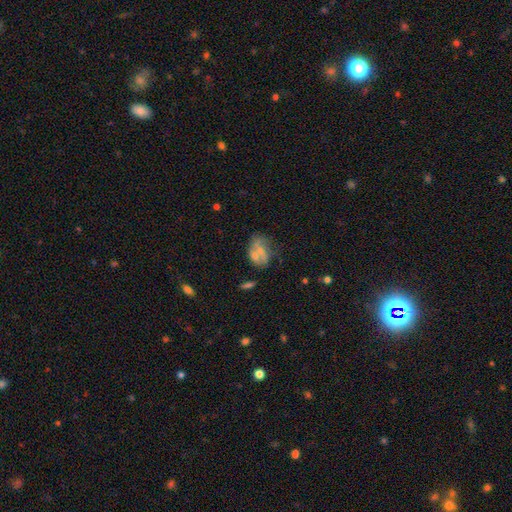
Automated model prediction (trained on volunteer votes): Smooth or featured?
  - featured or disk: 43% *
  - smooth: 38%
  - star or artifact: 19%
Merging?
  - none: 43% *
  - merger: 23%
  - minor disturbance: 20%
  - major disturbance: 14%